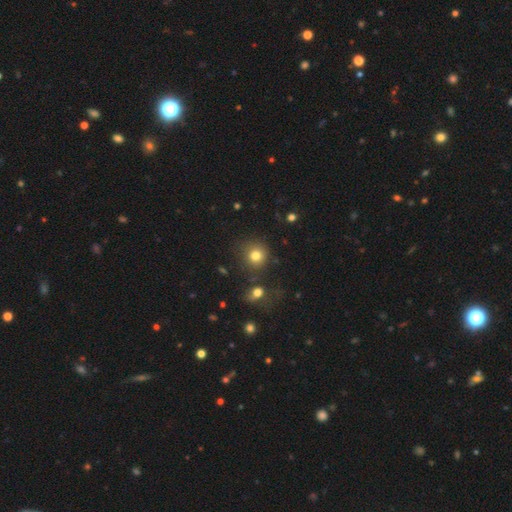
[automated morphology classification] A smooth galaxy with no disk features (79%) that is round (90%).

Vote fractions:
- Smooth or featured? smooth: 79% / star or artifact: 14% / featured or disk: 7%
- How rounded? round: 90% / in between: 9% / cigar-shaped: 1%
- Merging? none: 77% / minor disturbance: 11% / merger: 7% / major disturbance: 5%